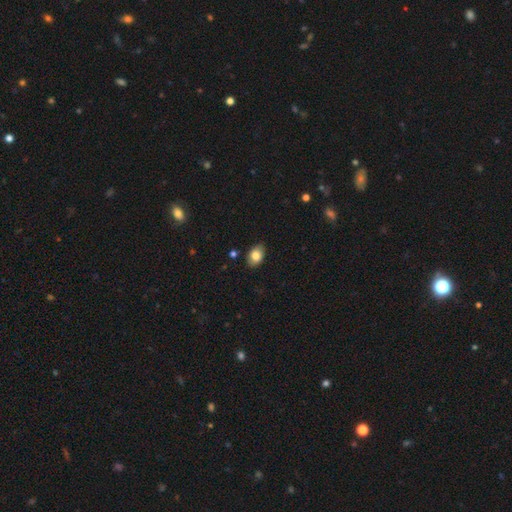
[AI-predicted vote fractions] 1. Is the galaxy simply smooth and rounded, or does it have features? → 82% smooth, 11% featured or disk, 7% star or artifact.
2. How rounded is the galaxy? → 86% in between, 13% round, 1% cigar-shaped.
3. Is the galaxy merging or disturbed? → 84% none, 13% minor disturbance, 2% major disturbance, 1% merger.